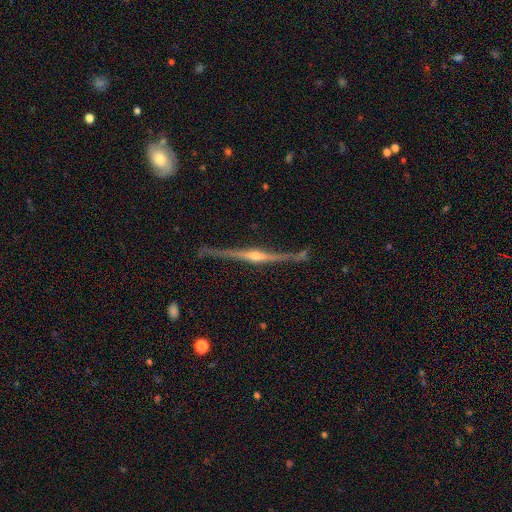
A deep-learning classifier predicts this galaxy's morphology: smooth-or-featured: featured or disk: 90% | smooth: 5% | star or artifact: 5%
  disk-edge-on: yes: 98% | no: 2%
    edge-on-bulge: rounded: 90% | none: 5% | boxy: 5%
  merging: none: 83% | minor disturbance: 12% | major disturbance: 3% | merger: 2%